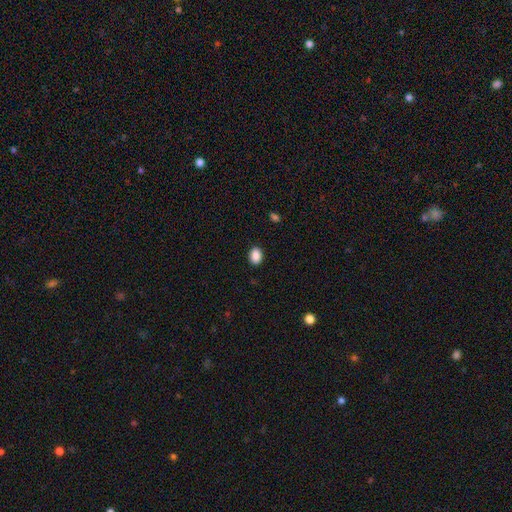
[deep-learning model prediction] smooth_or_featured: smooth (p=0.89) [alt: star or artifact p=0.08]
how_rounded: in between (p=0.71) [alt: round p=0.28]
merging: none (p=0.90) [alt: minor disturbance p=0.07]